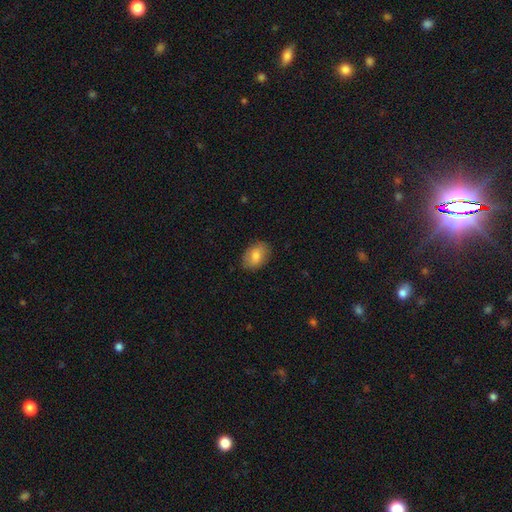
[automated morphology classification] A smooth galaxy with no disk features (80%) that is in between round and cigar-shaped (82%).

Vote fractions:
- Smooth or featured? smooth: 80% / featured or disk: 12% / star or artifact: 8%
- How rounded? in between: 82% / round: 16% / cigar-shaped: 1%
- Merging? none: 85% / minor disturbance: 11% / major disturbance: 3% / merger: 1%